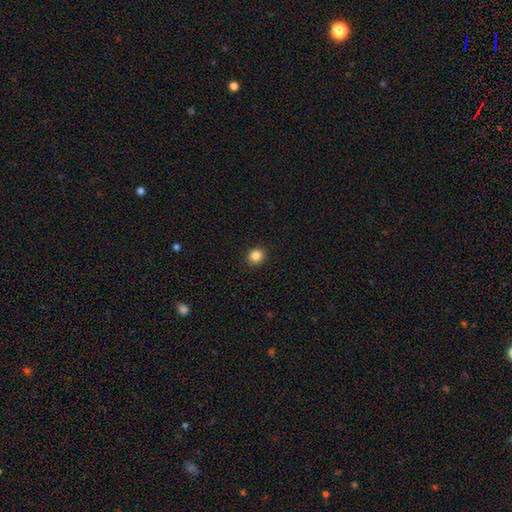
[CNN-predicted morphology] smooth_or_featured: smooth (p=0.86) [alt: star or artifact p=0.11]
how_rounded: round (p=0.87) [alt: in between p=0.12]
merging: none (p=0.92) [alt: minor disturbance p=0.05]